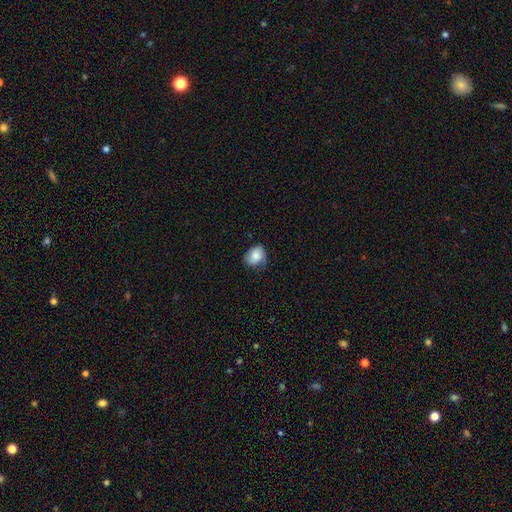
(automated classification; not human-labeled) smooth 79%, featured or disk 13%, star or artifact 8%. Down the decision tree: how rounded — in between (55%); merging — none (64%).